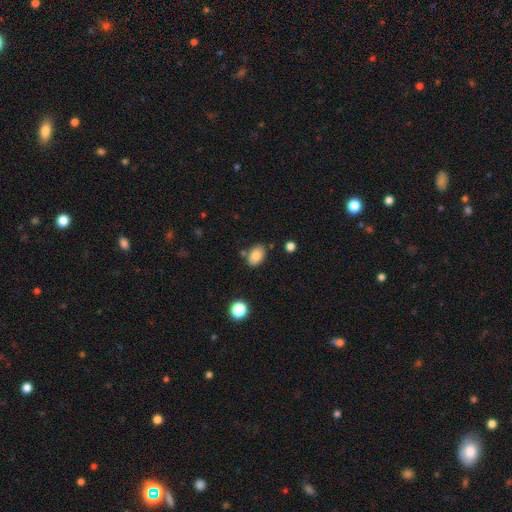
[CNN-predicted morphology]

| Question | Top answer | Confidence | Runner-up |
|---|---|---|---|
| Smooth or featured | smooth | 84% | star or artifact (9%) |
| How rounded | in between | 86% | round (13%) |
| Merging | none | 74% | minor disturbance (16%) |